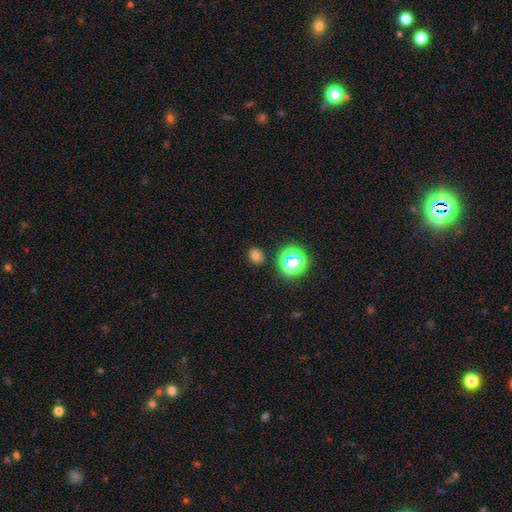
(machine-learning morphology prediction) smooth-or-featured: smooth: 70% | star or artifact: 23% | featured or disk: 6%
  how-rounded: round: 59% | in between: 40% | cigar-shaped: 1%
  merging: none: 85% | minor disturbance: 10% | major disturbance: 3% | merger: 3%